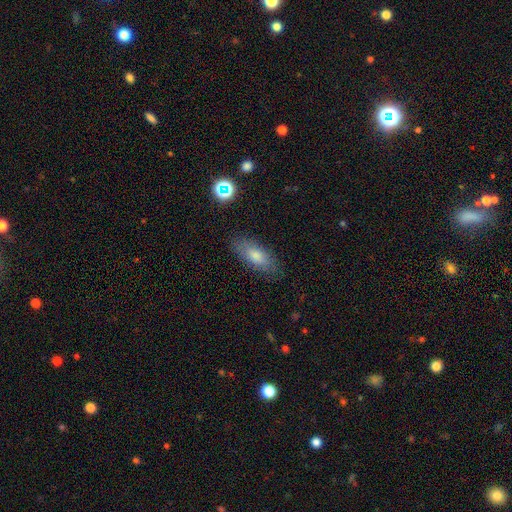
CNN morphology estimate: smooth-or-featured: smooth: 74% | featured or disk: 17% | star or artifact: 8%
  how-rounded: in between: 78% | cigar-shaped: 19% | round: 3%
  merging: none: 82% | minor disturbance: 13% | major disturbance: 4% | merger: 1%